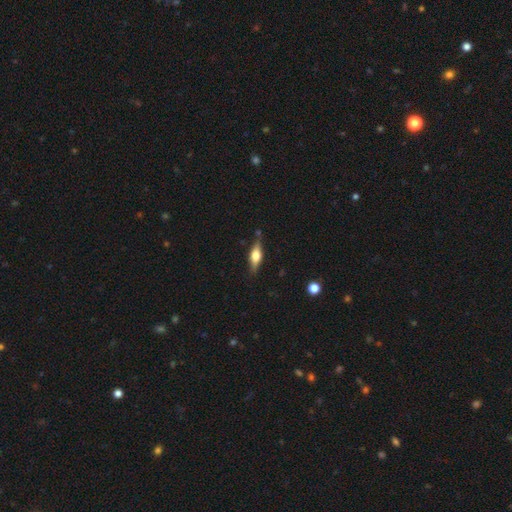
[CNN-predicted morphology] Overall: featured or disk (55%; smooth 39%). Edge-on disk: yes (93%). Edge-on bulge: rounded (91%). Merging: none (80%).